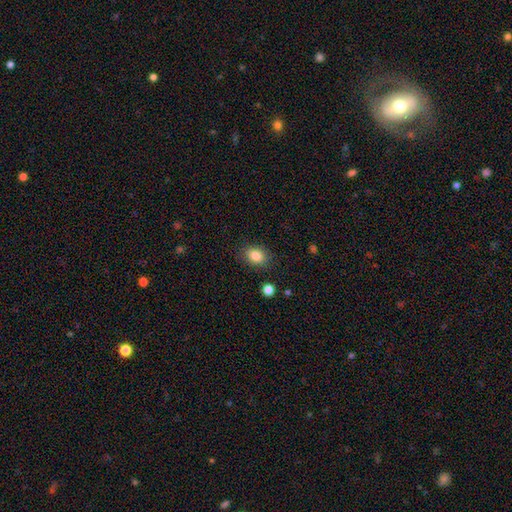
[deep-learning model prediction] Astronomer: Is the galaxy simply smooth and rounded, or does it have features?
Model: smooth — 85%.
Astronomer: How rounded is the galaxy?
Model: in between — 67%.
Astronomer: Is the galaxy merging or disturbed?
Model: none — 85%.